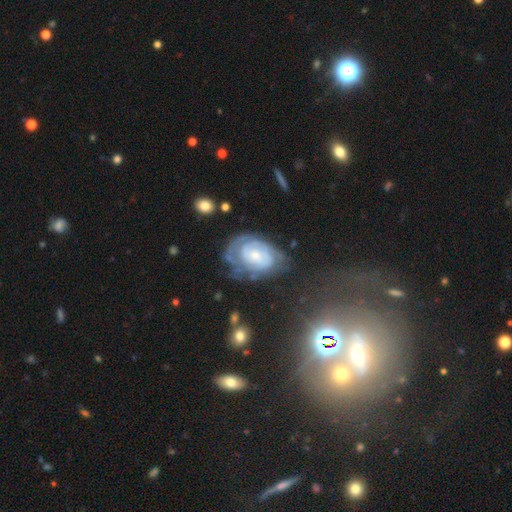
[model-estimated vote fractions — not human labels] A featured or disk galaxy (78%) with no bar (70%), tight (69%) spiral arms (87%) and a small central bulge (67%).

Vote fractions:
- Smooth or featured? featured or disk: 78% / smooth: 16% / star or artifact: 7%
- Edge-on disk? no: 96% / yes: 4%
- Bar? no: 70% / weak: 25% / strong: 5%
- Spiral arms? yes: 87% / no: 13%
- Spiral winding? tight: 69% / medium: 24% / loose: 7%
- Spiral arm count? can't tell: 45% / 2: 29% / 3: 10% / 1: 7% / 4: 4% / more than 4: 3%
- Bulge size? small: 67% / moderate: 27% / large: 3% / none: 3% / dominant: 1%
- Merging? none: 54% / minor disturbance: 26% / major disturbance: 17% / merger: 3%